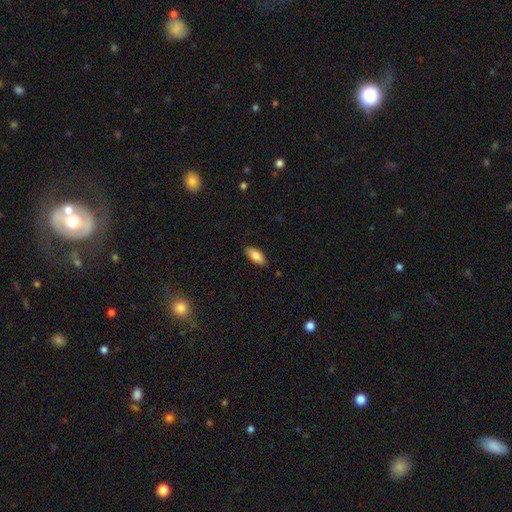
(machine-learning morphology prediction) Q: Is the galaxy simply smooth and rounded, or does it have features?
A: smooth — 86%.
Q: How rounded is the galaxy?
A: in between — 85%.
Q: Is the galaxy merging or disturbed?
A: none — 86%.